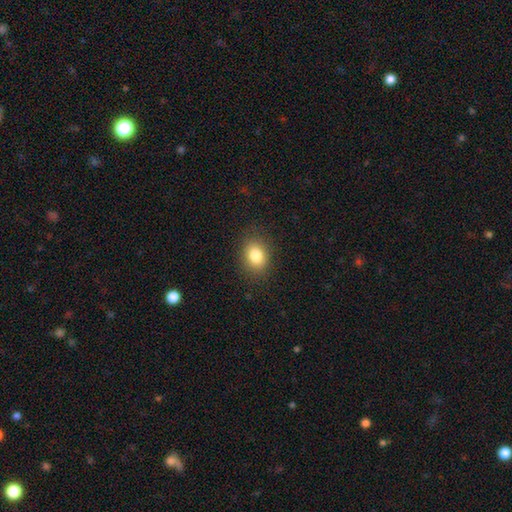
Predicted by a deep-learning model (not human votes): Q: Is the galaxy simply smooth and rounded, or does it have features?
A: smooth — 84%.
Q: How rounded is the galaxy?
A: in between — 60%.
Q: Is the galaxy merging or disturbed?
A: none — 86%.